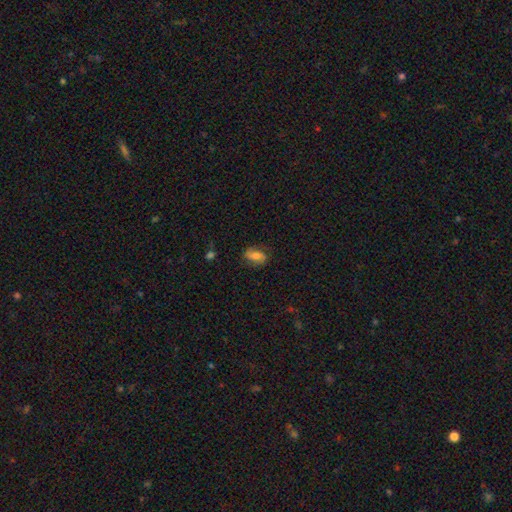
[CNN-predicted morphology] The model was most divided on "smooth or featured": smooth: 57%, featured or disk: 35%, star or artifact: 9%. More confident: how rounded — in between (85%); merging — none (70%).